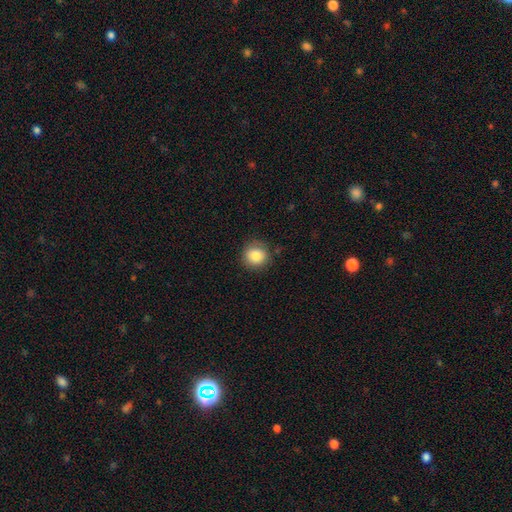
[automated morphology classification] Overall: smooth (84%). How rounded: round (91%). Merging: none (85%).